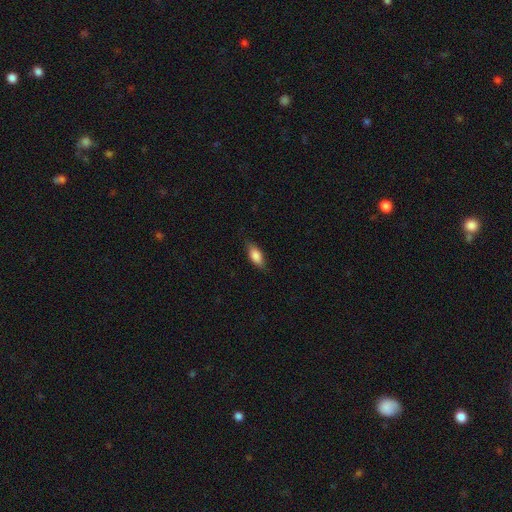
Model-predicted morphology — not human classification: Smooth or featured? smooth (79%)
How rounded? in between (80%)
Merging? none (77%)